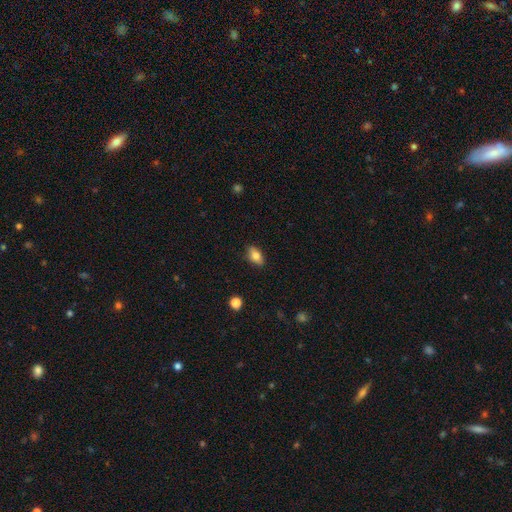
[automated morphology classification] smooth 78%, featured or disk 13%, star or artifact 8%. Down the decision tree: how rounded — in between (88%); merging — none (85%).